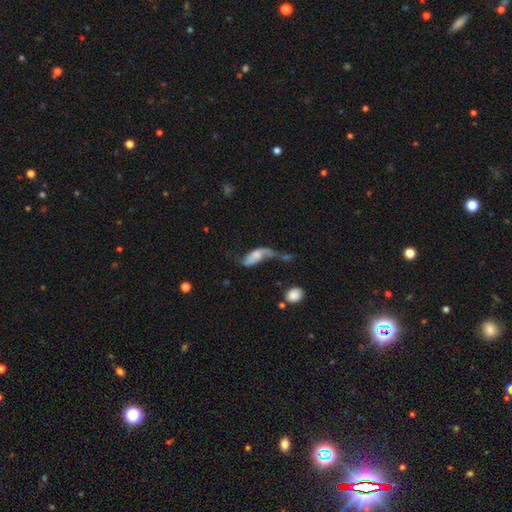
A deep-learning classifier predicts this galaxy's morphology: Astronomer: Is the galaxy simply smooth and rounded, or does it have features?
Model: featured or disk — 50% (runner-up: smooth, 42%).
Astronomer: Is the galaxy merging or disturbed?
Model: major disturbance — 37% (runner-up: merger, 25%).